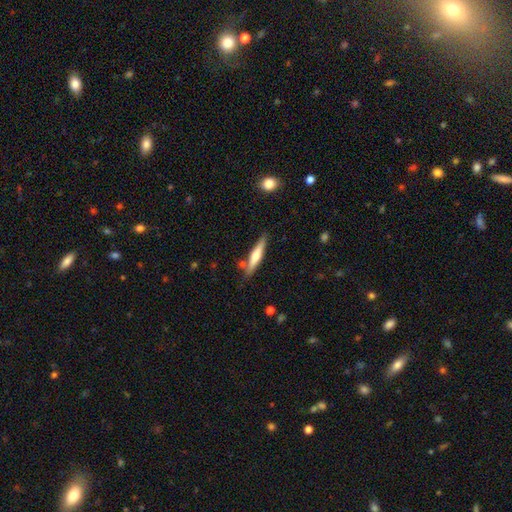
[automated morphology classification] smooth_or_featured: featured or disk (p=0.48) [alt: smooth p=0.47]
merging: none (p=0.80) [alt: minor disturbance p=0.12]